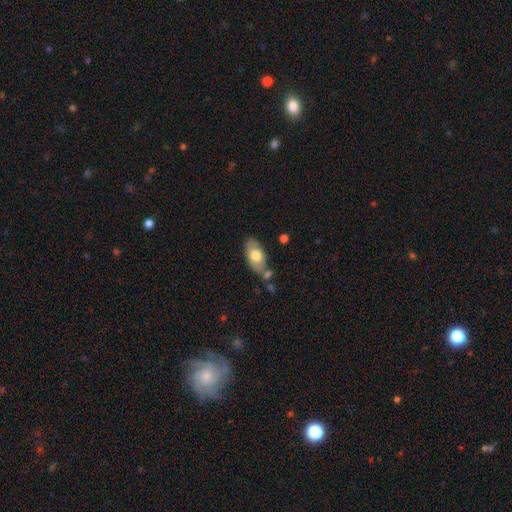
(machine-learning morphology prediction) The model was most divided on "merging": none: 62%, minor disturbance: 18%, merger: 15%, major disturbance: 5%. More confident: how rounded — in between (92%); smooth or featured — smooth (69%).